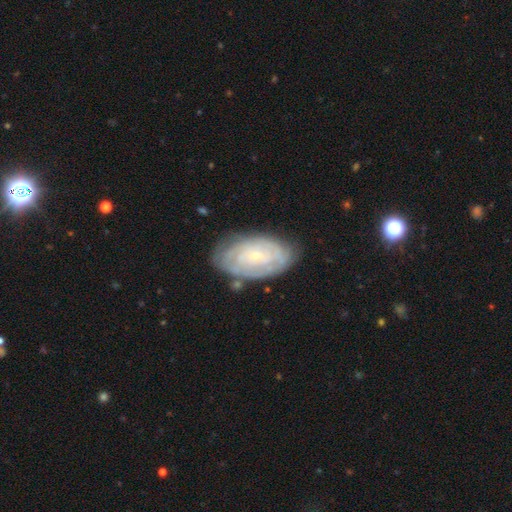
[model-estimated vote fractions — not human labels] Morphology: type=featured or disk (72%); edge-on=no (94%); bar=no (76%); spiral arms=yes (80%); winding=tight (78%); arm count=can't tell (59%); bulge=small (82%); merging=none (73%).